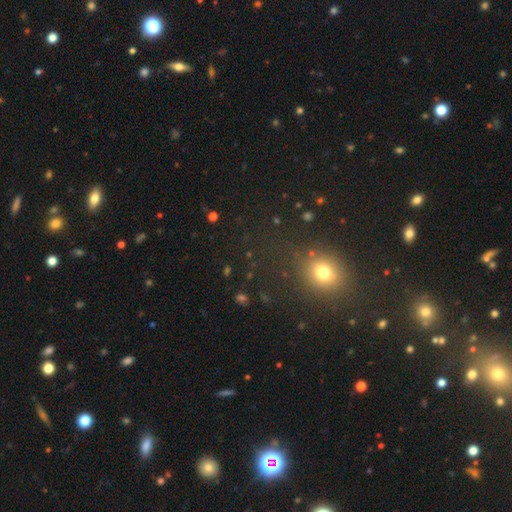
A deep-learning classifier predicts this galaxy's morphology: Q: Smooth or featured?
A: smooth (58%); runner-up: star or artifact (35%)
Q: How rounded?
A: round (72%); runner-up: in between (26%)
Q: Merging?
A: none (84%); runner-up: minor disturbance (9%)